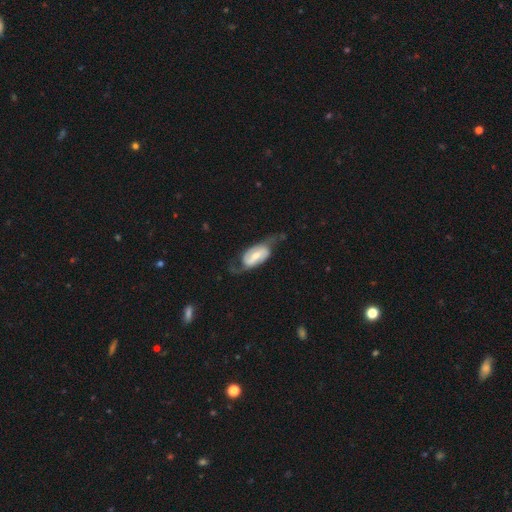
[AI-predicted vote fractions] A featured or disk galaxy (76%) with a strong bar (40%), 2 (87%) loose (44%) spiral arms (89%) and a moderate central bulge (50%).

Vote fractions:
- Smooth or featured? featured or disk: 76% / smooth: 19% / star or artifact: 5%
- Edge-on disk? no: 94% / yes: 6%
- Bar? strong: 40% / weak: 39% / no: 22%
- Spiral arms? yes: 89% / no: 11%
- Spiral winding? loose: 44% / medium: 38% / tight: 18%
- Spiral arm count? 2: 87% / can't tell: 6% / 1: 4% / 3: 1% / 4: 1% / more than 4: 1%
- Bulge size? moderate: 50% / small: 41% / large: 5% / none: 2% / dominant: 1%
- Merging? none: 54% / minor disturbance: 22% / major disturbance: 21% / merger: 2%